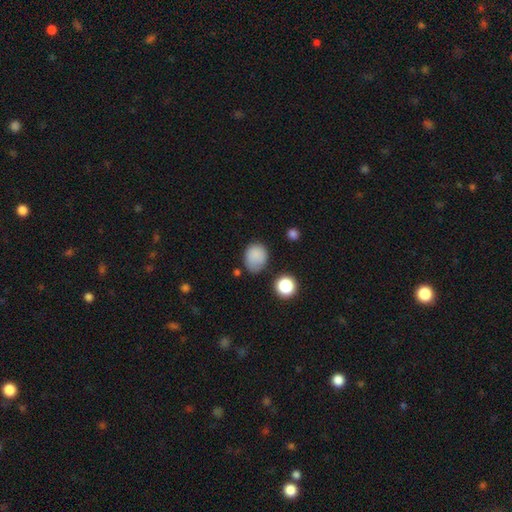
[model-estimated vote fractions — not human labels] Q: Smooth or featured?
A: smooth (84%); runner-up: star or artifact (11%)
Q: How rounded?
A: round (53%); runner-up: in between (46%)
Q: Merging?
A: none (65%); runner-up: minor disturbance (25%)